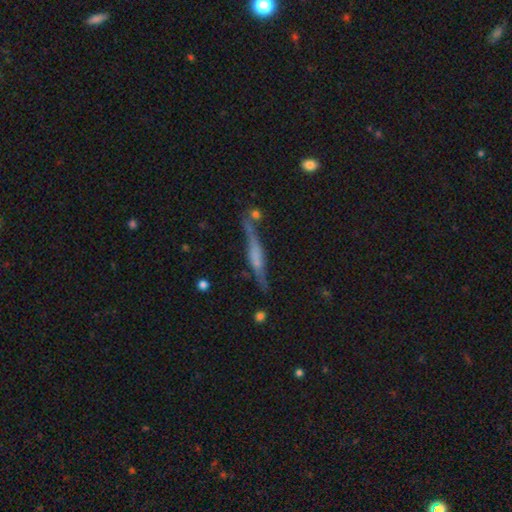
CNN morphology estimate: Smooth or featured? Predicted: featured or disk (p=0.66). Edge-on disk? Predicted: yes (p=0.95). Edge-on bulge? Predicted: rounded (p=0.44). Merging? Predicted: none (p=0.75).